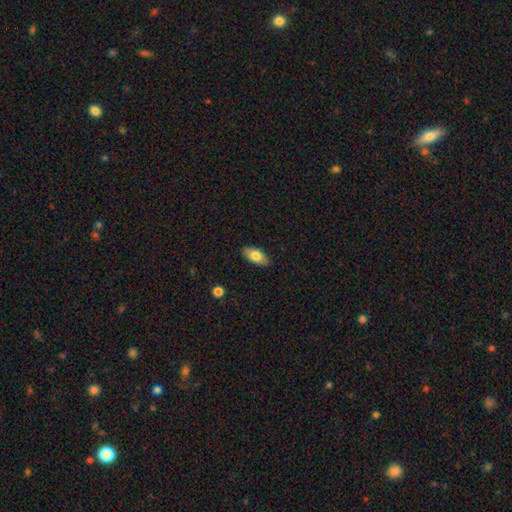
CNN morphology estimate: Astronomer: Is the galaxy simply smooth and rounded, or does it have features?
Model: smooth — 77%.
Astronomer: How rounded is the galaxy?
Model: in between — 90%.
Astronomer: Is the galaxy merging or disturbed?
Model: none — 88%.